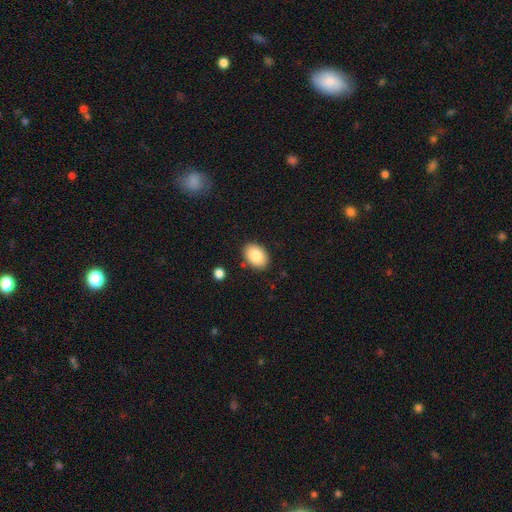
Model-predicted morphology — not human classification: Smooth or featured?
  - smooth: 84% *
  - featured or disk: 9%
  - star or artifact: 7%
How rounded?
  - in between: 80% *
  - round: 20%
  - cigar-shaped: 1%
Merging?
  - none: 87% *
  - minor disturbance: 9%
  - major disturbance: 2%
  - merger: 2%